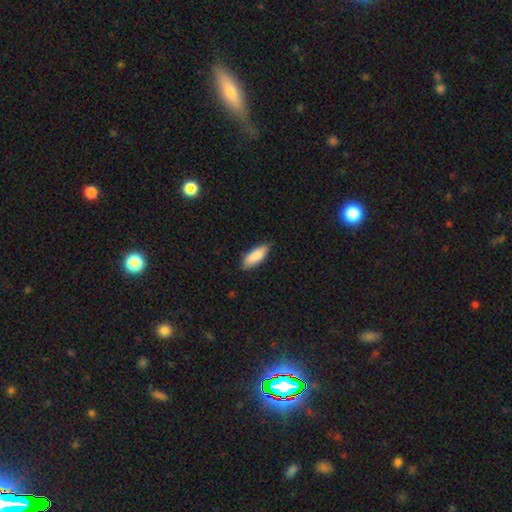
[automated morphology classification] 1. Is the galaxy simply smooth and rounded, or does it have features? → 87% smooth, 7% featured or disk, 6% star or artifact.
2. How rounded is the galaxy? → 72% in between, 27% cigar-shaped, 2% round.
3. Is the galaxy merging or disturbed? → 81% none, 16% minor disturbance, 2% major disturbance, 1% merger.